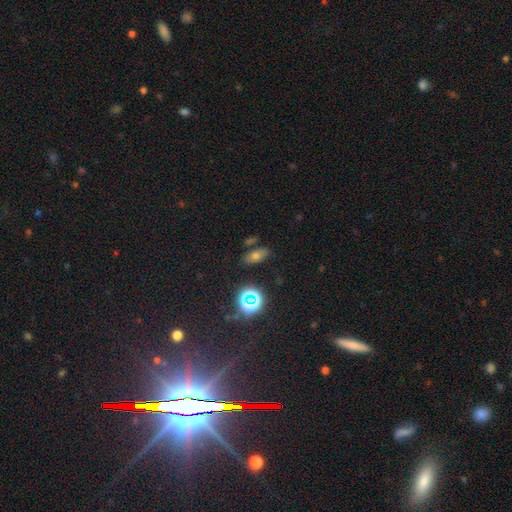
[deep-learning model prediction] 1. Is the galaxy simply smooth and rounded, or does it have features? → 52% smooth, 31% star or artifact, 17% featured or disk.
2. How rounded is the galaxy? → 77% in between, 12% round, 11% cigar-shaped.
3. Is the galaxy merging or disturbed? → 79% none, 11% minor disturbance, 7% merger, 3% major disturbance.